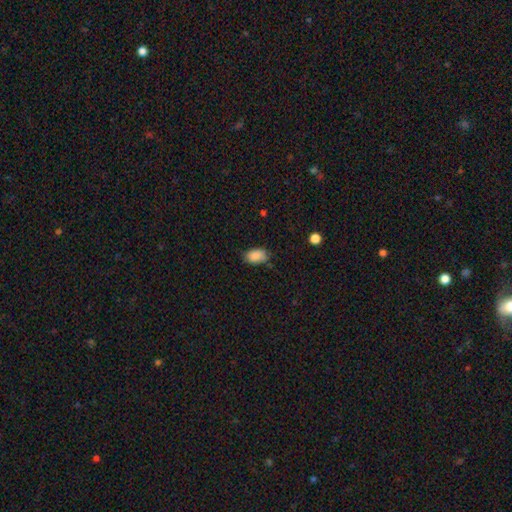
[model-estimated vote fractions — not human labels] Smooth or featured?
  - smooth: 87% *
  - star or artifact: 8%
  - featured or disk: 5%
How rounded?
  - in between: 90% *
  - round: 9%
  - cigar-shaped: 2%
Merging?
  - none: 68% *
  - minor disturbance: 25%
  - major disturbance: 5%
  - merger: 2%